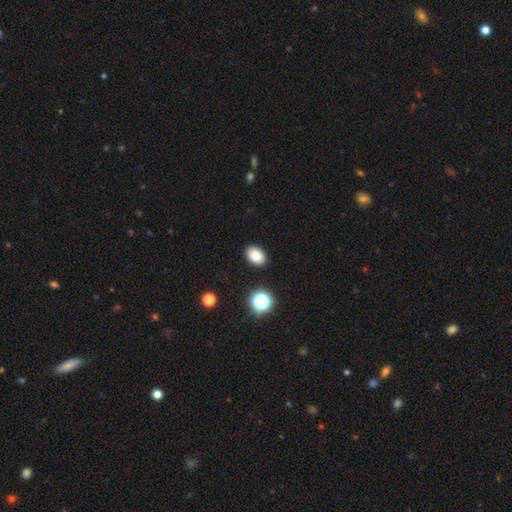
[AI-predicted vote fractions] Smooth or featured? Predicted: smooth (p=0.84). How rounded? Predicted: in between (p=0.83). Merging? Predicted: none (p=0.89).